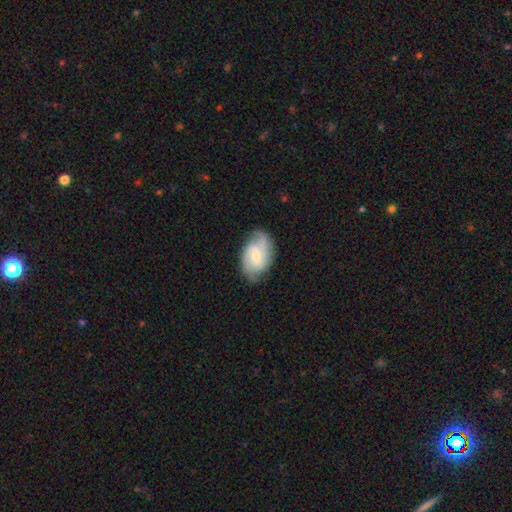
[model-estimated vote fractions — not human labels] featured or disk 65%, smooth 28%, star or artifact 6%. Down the decision tree: edge-on disk — no (96%); bar — no (49%); spiral arms — yes (90%); spiral arm count — 2 (58%); spiral winding — medium (44%); bulge size — small (54%); merging — none (70%).